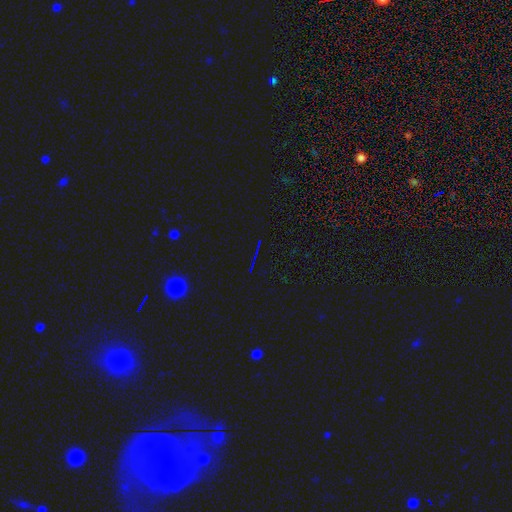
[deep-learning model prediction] A star or artifact, not a galaxy (78%).